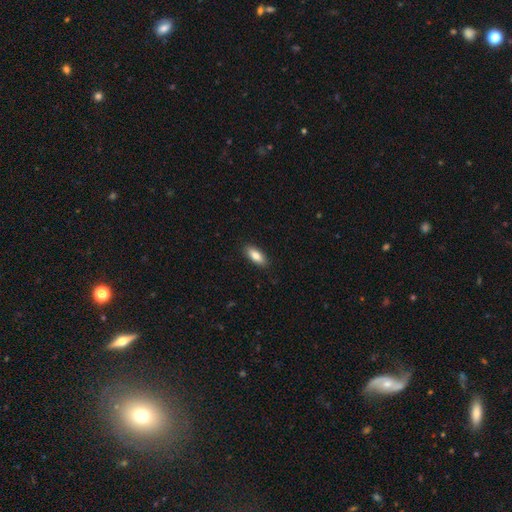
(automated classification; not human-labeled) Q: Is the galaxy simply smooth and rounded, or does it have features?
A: smooth — 82%.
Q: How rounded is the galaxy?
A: in between — 81%.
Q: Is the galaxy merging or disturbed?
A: none — 89%.